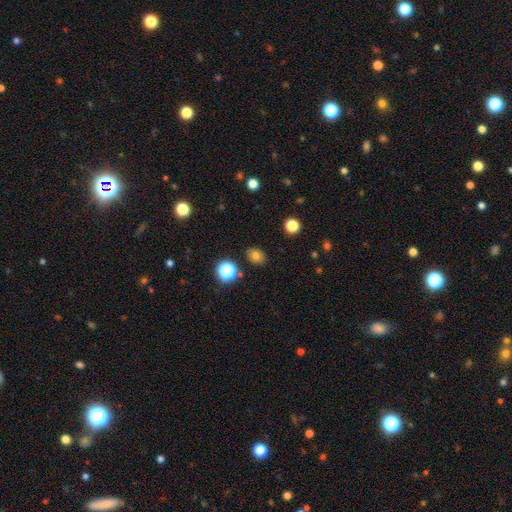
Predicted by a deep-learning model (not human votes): Smooth or featured?
  - smooth: 76% *
  - star or artifact: 15%
  - featured or disk: 9%
How rounded?
  - in between: 58% *
  - round: 41%
  - cigar-shaped: 1%
Merging?
  - none: 87% *
  - minor disturbance: 9%
  - major disturbance: 2%
  - merger: 2%